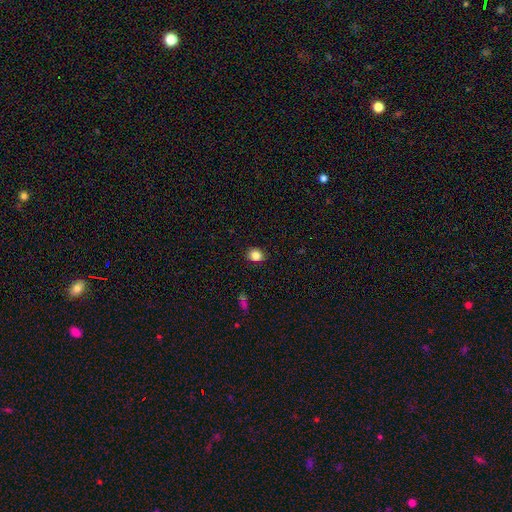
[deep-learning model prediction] smooth-or-featured: smooth: 83% | star or artifact: 11% | featured or disk: 5%
  how-rounded: round: 71% | in between: 28% | cigar-shaped: 1%
  merging: none: 89% | minor disturbance: 8% | major disturbance: 2% | merger: 1%